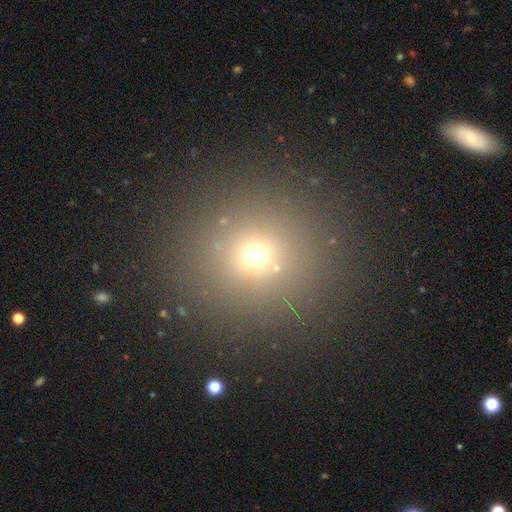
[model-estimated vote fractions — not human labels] A smooth galaxy with no disk features (63%) that is round (92%). Merging: none (87%).